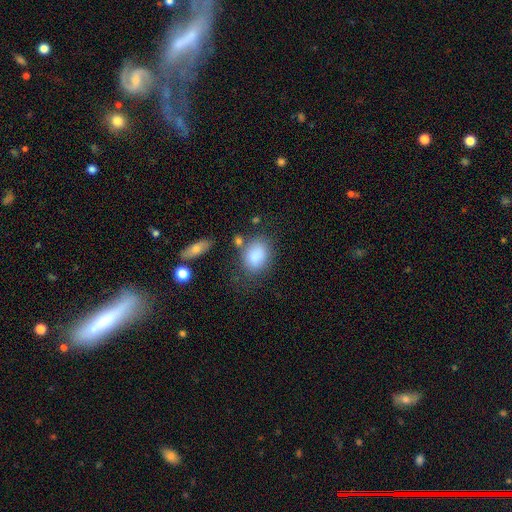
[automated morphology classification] A smooth galaxy with no disk features (85%) that is in between round and cigar-shaped (69%).

Vote fractions:
- Smooth or featured? smooth: 85% / star or artifact: 7% / featured or disk: 7%
- How rounded? in between: 69% / round: 30% / cigar-shaped: 1%
- Merging? none: 63% / minor disturbance: 19% / merger: 9% / major disturbance: 8%